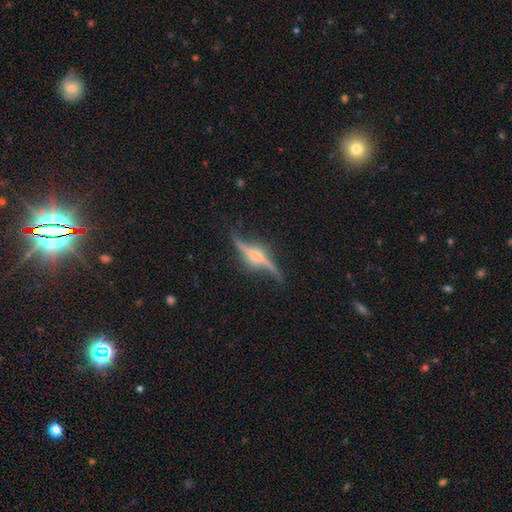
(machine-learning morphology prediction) Q: Smooth or featured?
A: featured or disk (87%); runner-up: smooth (8%)
Q: Edge-on disk?
A: yes (70%); runner-up: no (30%)
Q: Edge-on bulge?
A: rounded (86%); runner-up: boxy (9%)
Q: Merging?
A: none (73%); runner-up: minor disturbance (17%)